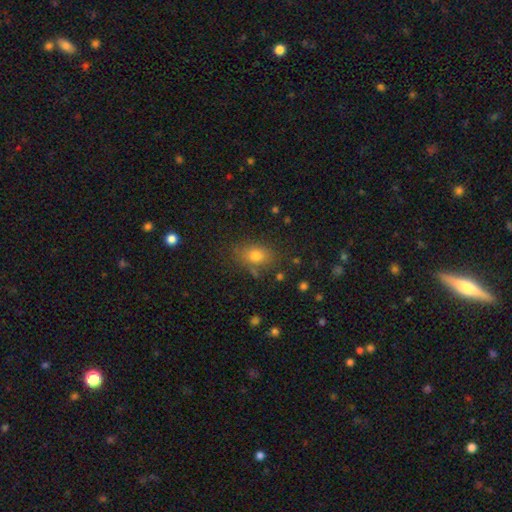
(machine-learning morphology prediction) A smooth galaxy with no disk features (77%) that is in between round and cigar-shaped (71%). Merging: none (77%).